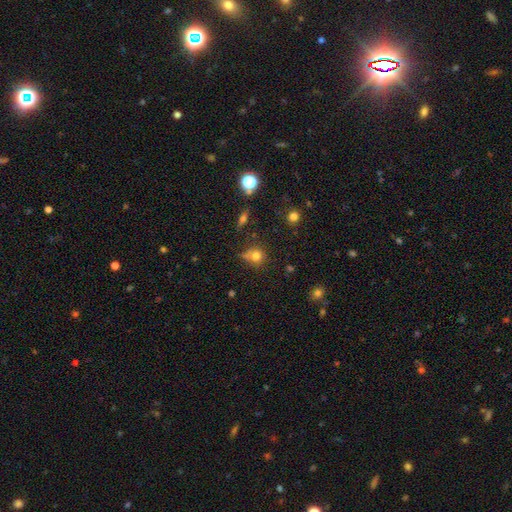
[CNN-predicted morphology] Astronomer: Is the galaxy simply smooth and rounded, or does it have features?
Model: smooth — 74%.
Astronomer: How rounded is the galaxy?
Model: round — 85%.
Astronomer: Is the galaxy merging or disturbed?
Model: none — 61%.